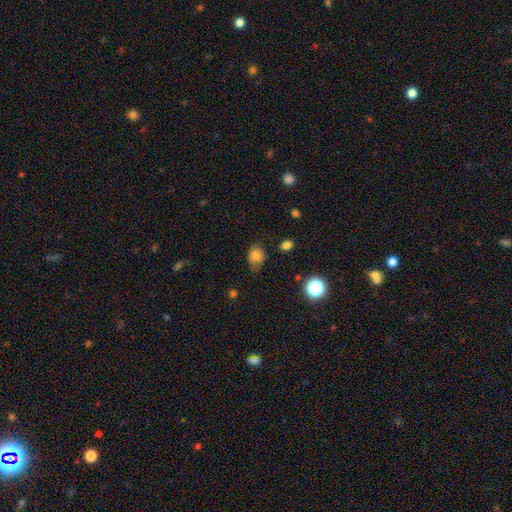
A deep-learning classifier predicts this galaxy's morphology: Q: Smooth or featured?
A: smooth (80%); runner-up: star or artifact (12%)
Q: How rounded?
A: in between (54%); runner-up: round (45%)
Q: Merging?
A: none (58%); runner-up: minor disturbance (32%)